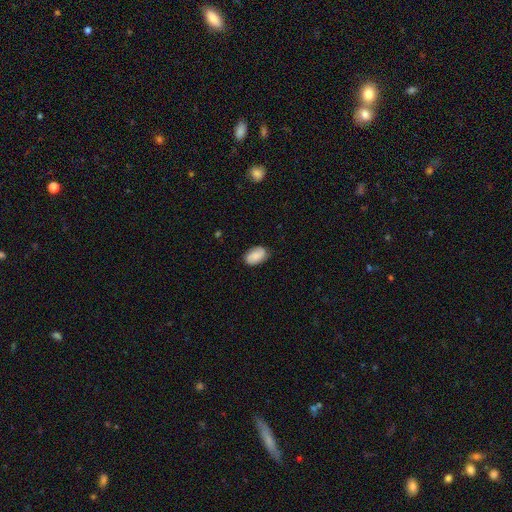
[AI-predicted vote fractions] Morphology: type=smooth (66%); roundness=in between (90%); merging=none (83%).